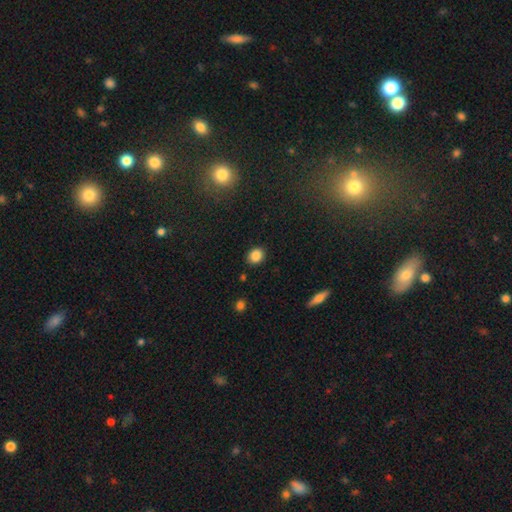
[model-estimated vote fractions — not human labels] smooth-or-featured: smooth: 85% | star or artifact: 10% | featured or disk: 5%
  how-rounded: round: 64% | in between: 35% | cigar-shaped: 1%
  merging: none: 88% | minor disturbance: 8% | major disturbance: 2% | merger: 2%